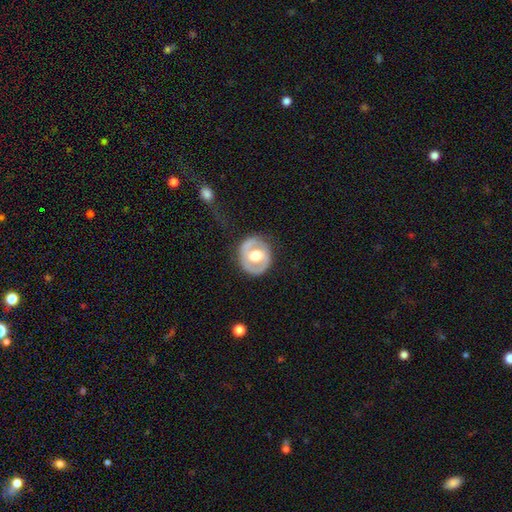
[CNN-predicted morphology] This appears to be a featured or disk galaxy (64%) with no bar (50%), no spiral arms (53%) and a moderate central bulge (61%). Merging: none (77%).